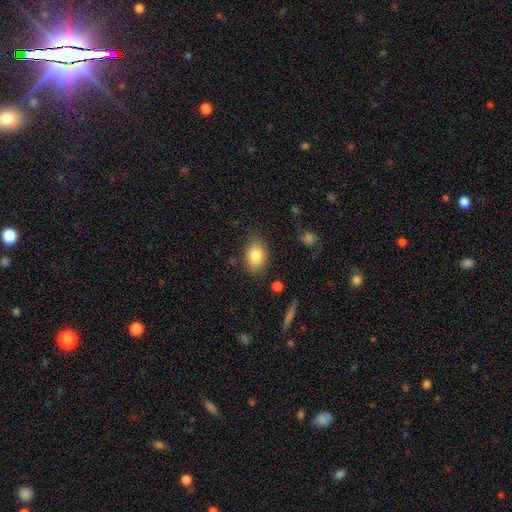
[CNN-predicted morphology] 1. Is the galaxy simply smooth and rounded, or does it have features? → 83% smooth, 10% featured or disk, 8% star or artifact.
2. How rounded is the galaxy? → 81% in between, 18% round, 1% cigar-shaped.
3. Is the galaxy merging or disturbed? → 81% none, 14% minor disturbance, 3% major disturbance, 2% merger.